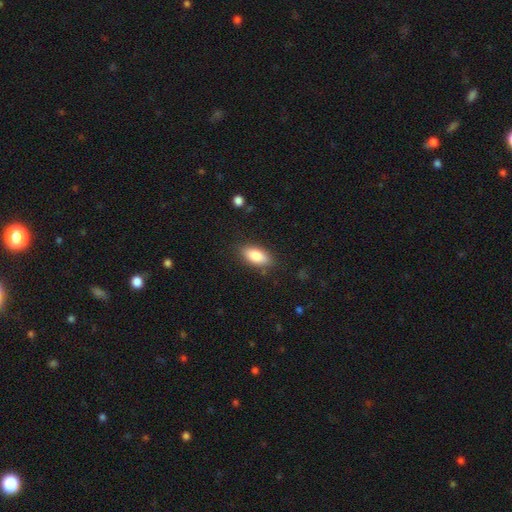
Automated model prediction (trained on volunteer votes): Q: Smooth or featured?
A: smooth (85%); runner-up: featured or disk (9%)
Q: How rounded?
A: in between (88%); runner-up: cigar-shaped (9%)
Q: Merging?
A: none (83%); runner-up: minor disturbance (12%)